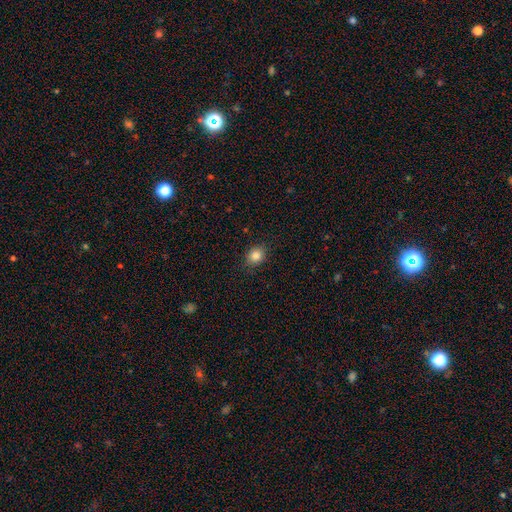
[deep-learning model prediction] This appears to be a smooth galaxy with no disk features (84%) that is round (58%). Merging: none (87%).